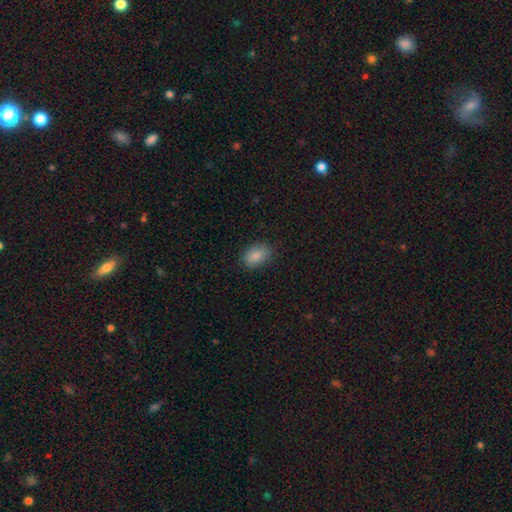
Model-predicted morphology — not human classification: Smooth or featured: smooth — 88% (star or artifact — 7%)
How rounded: in between — 90% (round — 8%)
Merging: none — 84% (minor disturbance — 12%)